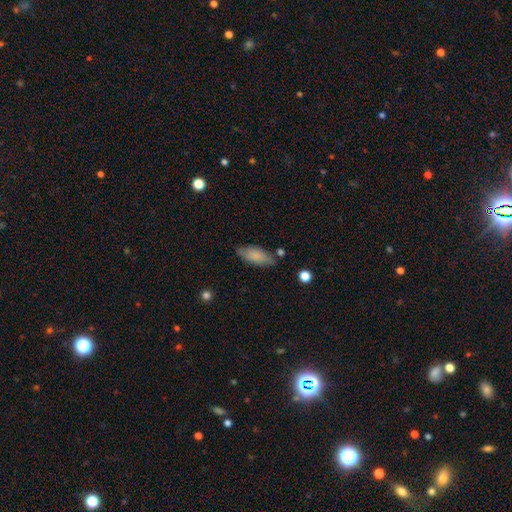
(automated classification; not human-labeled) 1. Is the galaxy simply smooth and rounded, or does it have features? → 81% smooth, 12% featured or disk, 7% star or artifact.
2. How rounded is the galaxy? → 77% in between, 21% cigar-shaped, 2% round.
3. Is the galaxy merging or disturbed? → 74% none, 18% minor disturbance, 4% major disturbance, 4% merger.